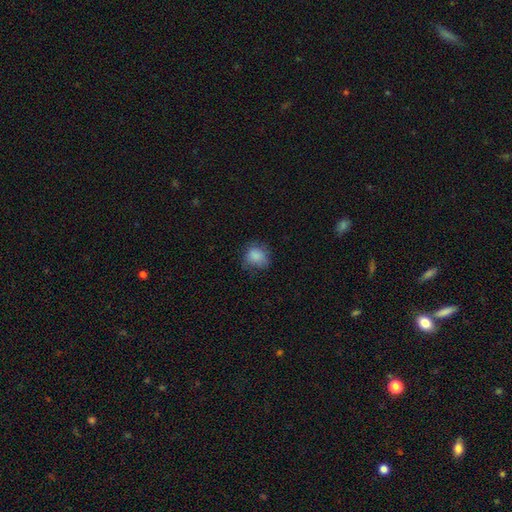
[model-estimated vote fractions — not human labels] This appears to be a smooth galaxy with no disk features (84%) that is round (66%). Merging: none (62%).